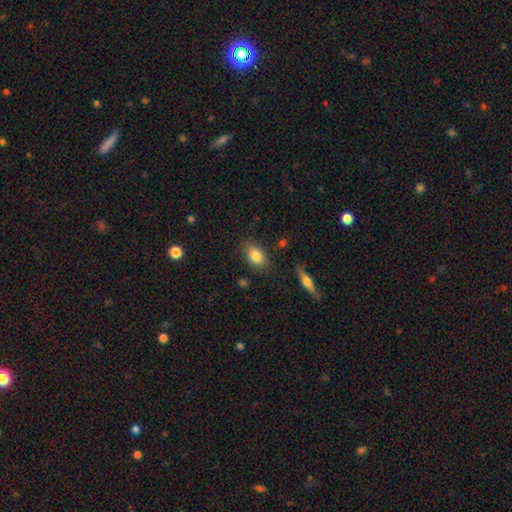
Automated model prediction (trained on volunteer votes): A smooth galaxy with no disk features (82%) that is in between round and cigar-shaped (82%).

Vote fractions:
- Smooth or featured? smooth: 82% / featured or disk: 10% / star or artifact: 8%
- How rounded? in between: 82% / round: 15% / cigar-shaped: 3%
- Merging? none: 82% / minor disturbance: 13% / major disturbance: 3% / merger: 2%